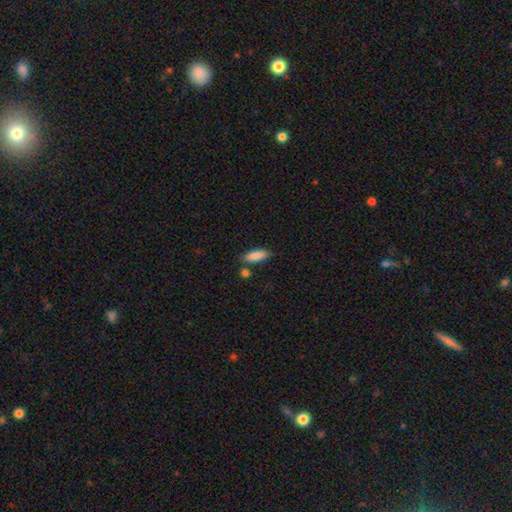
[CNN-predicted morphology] type=smooth (87%); roundness=in between (63%); merging=none (73%).